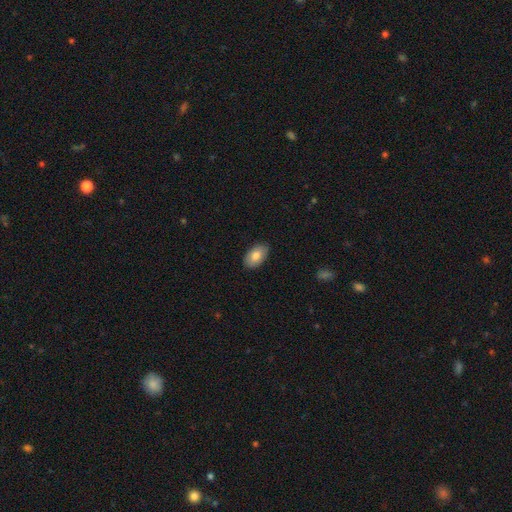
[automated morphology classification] smooth-or-featured: smooth: 79% | featured or disk: 14% | star or artifact: 6%
  how-rounded: in between: 93% | round: 6% | cigar-shaped: 1%
  merging: none: 87% | minor disturbance: 11% | major disturbance: 2% | merger: 1%